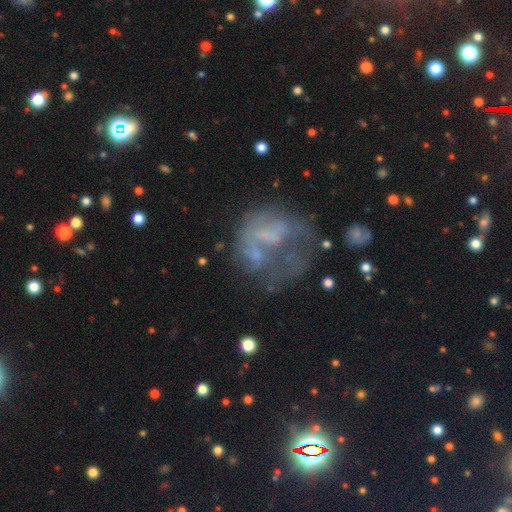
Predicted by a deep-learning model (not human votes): The model was most divided on "merging": major disturbance: 40%, none: 28%, merger: 17%, minor disturbance: 15%. More confident: edge-on disk — no (98%); spiral arms — no (70%); bar — no (69%); smooth or featured — featured or disk (58%); bulge size — none (57%).